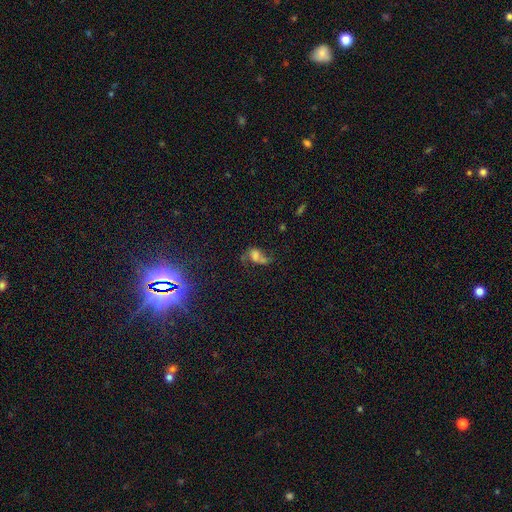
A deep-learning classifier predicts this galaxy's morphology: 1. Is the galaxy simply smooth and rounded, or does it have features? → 45% smooth, 36% featured or disk, 20% star or artifact.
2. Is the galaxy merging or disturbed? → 33% merger, 27% major disturbance, 25% none, 15% minor disturbance.